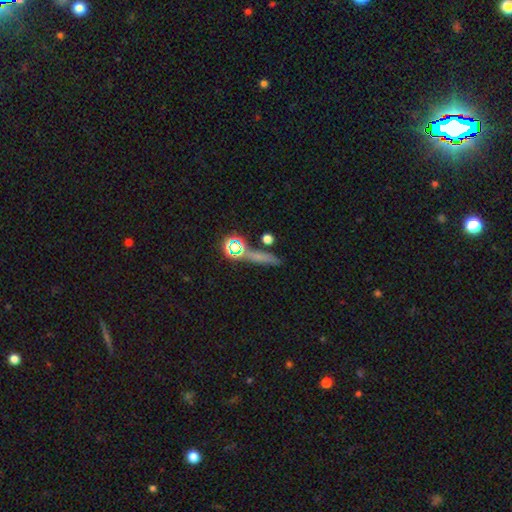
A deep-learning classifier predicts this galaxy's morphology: Q: Smooth or featured?
A: smooth (43%); runner-up: star or artifact (32%)
Q: Merging?
A: none (71%); runner-up: merger (12%)